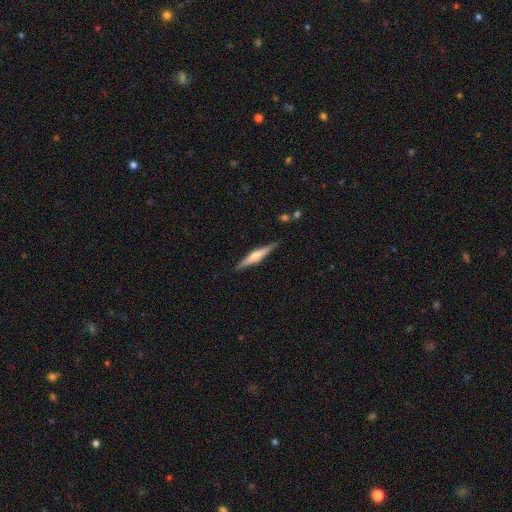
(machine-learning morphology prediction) featured or disk 57%, smooth 37%, star or artifact 5%. Down the decision tree: edge-on disk — yes (97%); edge-on bulge — rounded (77%); merging — none (89%).